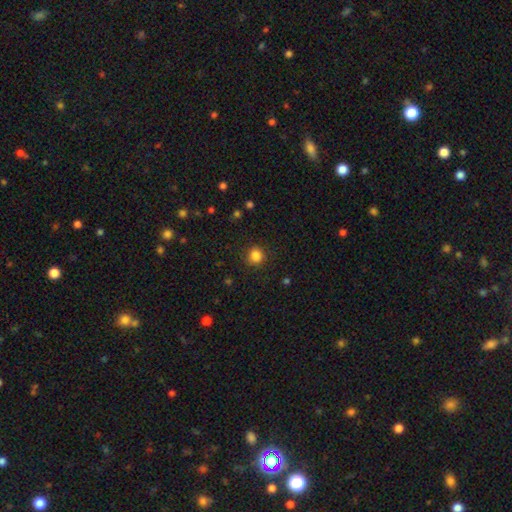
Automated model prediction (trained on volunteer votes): Smooth or featured?
  - smooth: 84% *
  - star or artifact: 12%
  - featured or disk: 4%
How rounded?
  - round: 89% *
  - in between: 10%
  - cigar-shaped: 1%
Merging?
  - none: 87% *
  - minor disturbance: 9%
  - major disturbance: 3%
  - merger: 1%